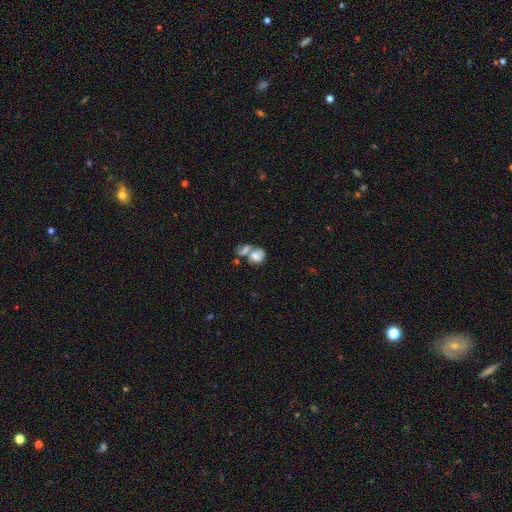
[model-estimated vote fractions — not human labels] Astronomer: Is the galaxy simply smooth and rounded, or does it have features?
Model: smooth — 62%.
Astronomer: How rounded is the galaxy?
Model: in between — 57% (runner-up: round, 41%).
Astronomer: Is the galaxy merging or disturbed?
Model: merger — 60%.